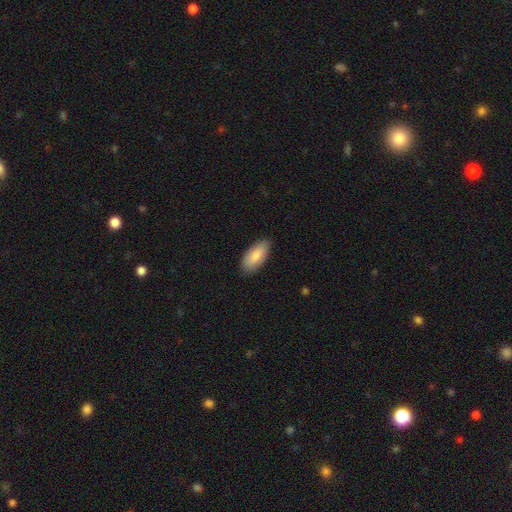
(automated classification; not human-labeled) Overall: smooth (80%). How rounded: in between (91%). Merging: none (86%).